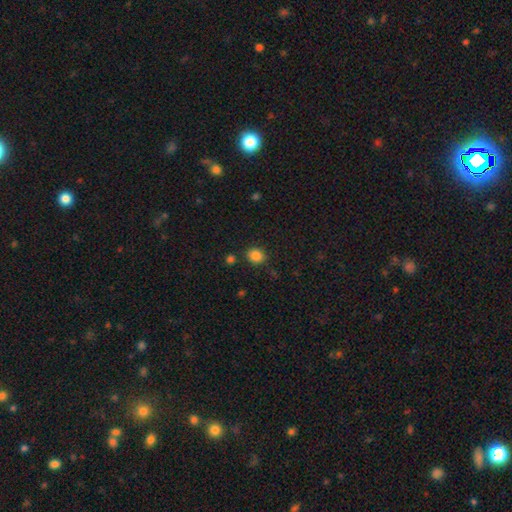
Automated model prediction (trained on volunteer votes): Morphology: type=smooth (85%); roundness=round (57%); merging=none (83%).